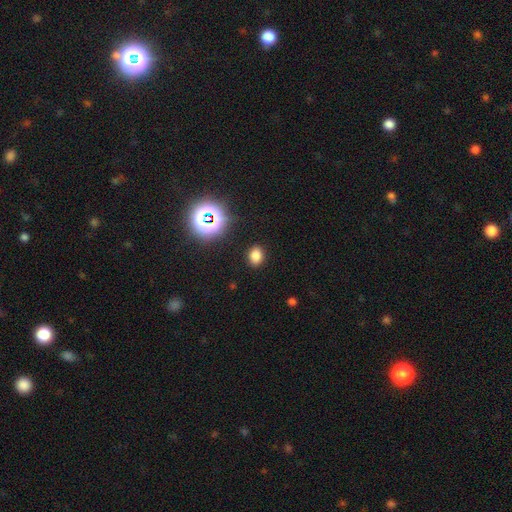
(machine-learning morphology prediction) smooth-or-featured: smooth: 76% | star or artifact: 18% | featured or disk: 6%
  how-rounded: in between: 61% | round: 38% | cigar-shaped: 1%
  merging: none: 88% | minor disturbance: 8% | major disturbance: 3% | merger: 1%